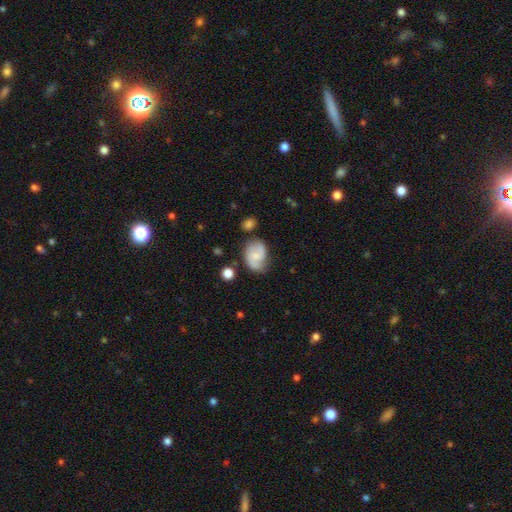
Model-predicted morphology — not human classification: Smooth or featured?
  - featured or disk: 58% *
  - smooth: 35%
  - star or artifact: 7%
Edge-on disk?
  - no: 97% *
  - yes: 3%
Bar?
  - no: 63% *
  - weak: 32%
  - strong: 5%
Spiral arms?
  - yes: 90% *
  - no: 10%
Spiral winding?
  - medium: 44% *
  - loose: 28%
  - tight: 28%
Spiral arm count?
  - 2: 77% *
  - can't tell: 11%
  - 1: 7%
  - 3: 3%
  - 4: 1%
  - more than 4: 1%
Bulge size?
  - small: 57% *
  - moderate: 26%
  - none: 14%
  - large: 2%
  - dominant: 1%
Merging?
  - none: 62% *
  - minor disturbance: 25%
  - major disturbance: 8%
  - merger: 5%